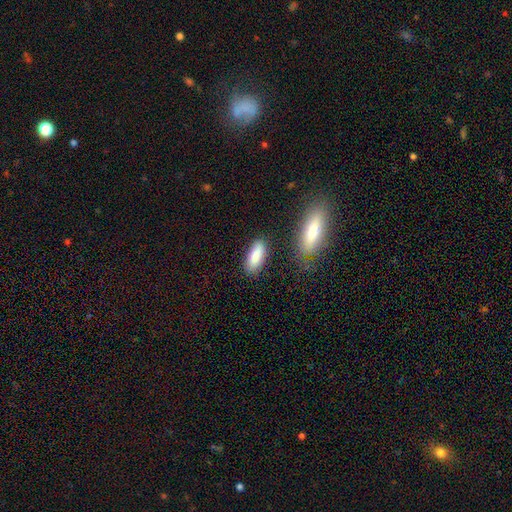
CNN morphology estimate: This appears to be a smooth galaxy with no disk features (87%) that is in between round and cigar-shaped (76%). Merging: none (78%).